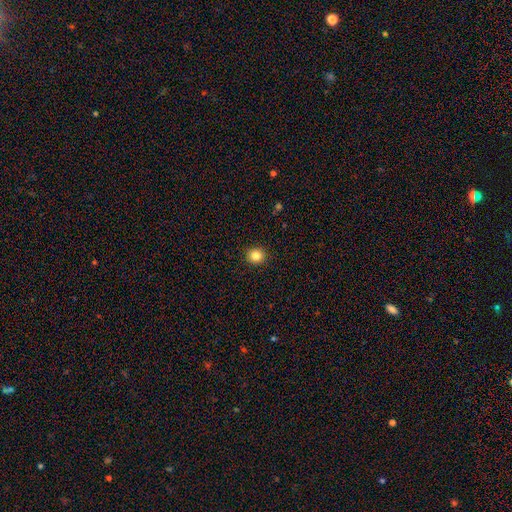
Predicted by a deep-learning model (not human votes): Smooth or featured? smooth (83%)
How rounded? round (87%)
Merging? none (92%)